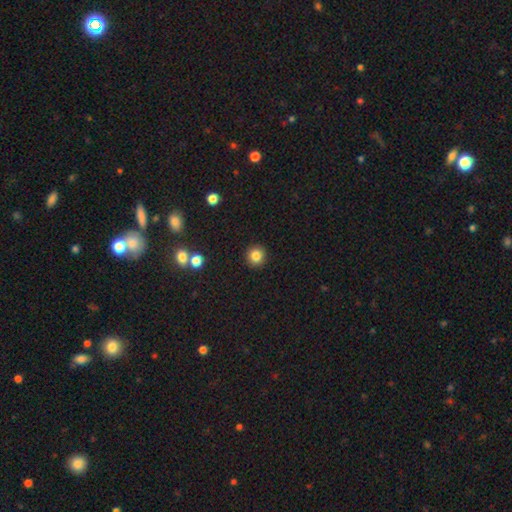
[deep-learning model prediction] A smooth galaxy with no disk features (83%) that is round (93%). Merging: none (92%).